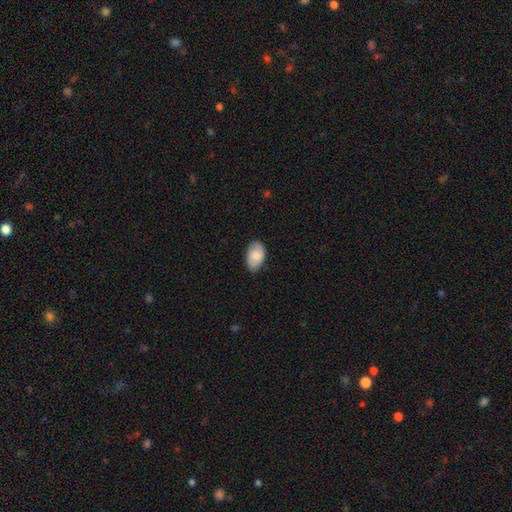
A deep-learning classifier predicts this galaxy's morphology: This is likely a smooth galaxy (76%). How rounded: clearly in between (92%). Merging: likely none (77%).